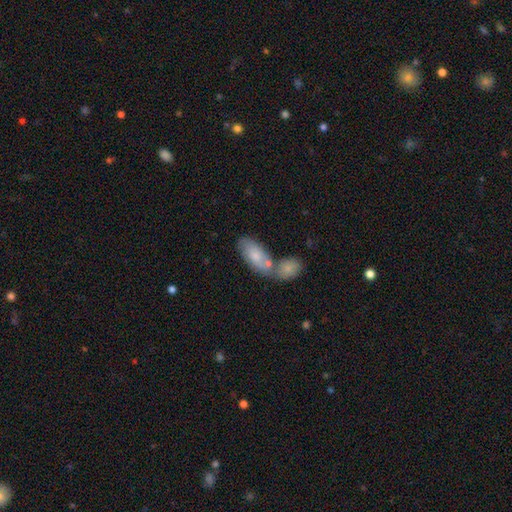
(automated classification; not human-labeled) This appears to be a smooth galaxy with no disk features (70%) that is in between round and cigar-shaped (87%). Merging: merger (50%).